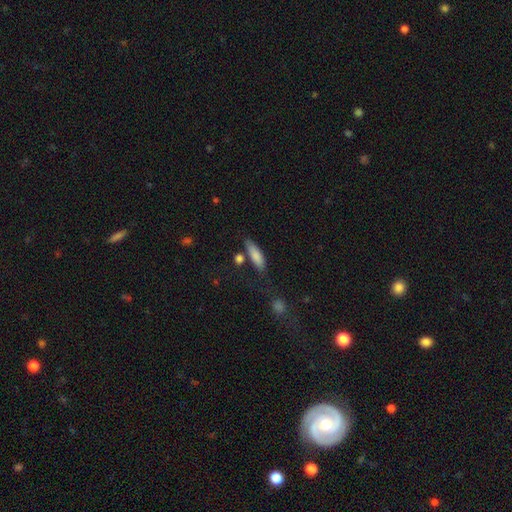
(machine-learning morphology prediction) Smooth or featured? smooth (83%)
How rounded? cigar-shaped (49%)
Merging? none (68%)